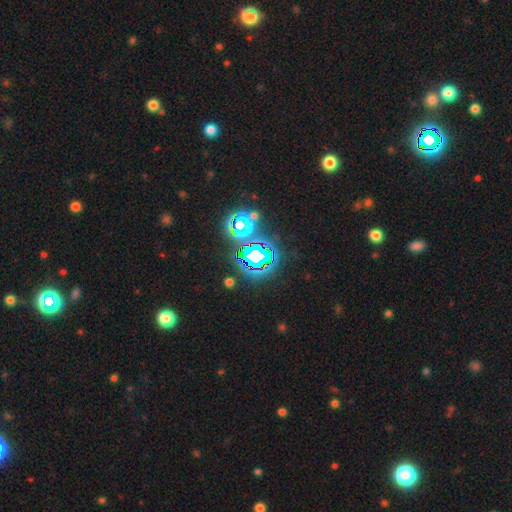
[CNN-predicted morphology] A star or artifact, not a galaxy (73%).